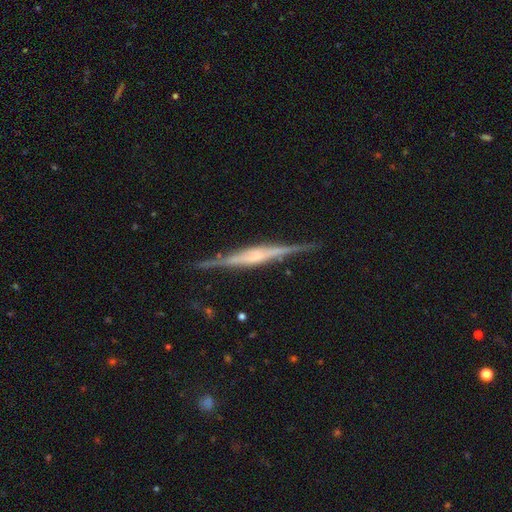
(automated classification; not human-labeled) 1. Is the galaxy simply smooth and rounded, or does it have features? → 83% featured or disk, 11% smooth, 6% star or artifact.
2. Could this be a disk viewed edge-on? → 98% yes, 2% no.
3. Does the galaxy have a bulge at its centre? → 44% boxy, 40% rounded, 16% none.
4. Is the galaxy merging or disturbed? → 85% none, 11% minor disturbance, 2% major disturbance, 1% merger.